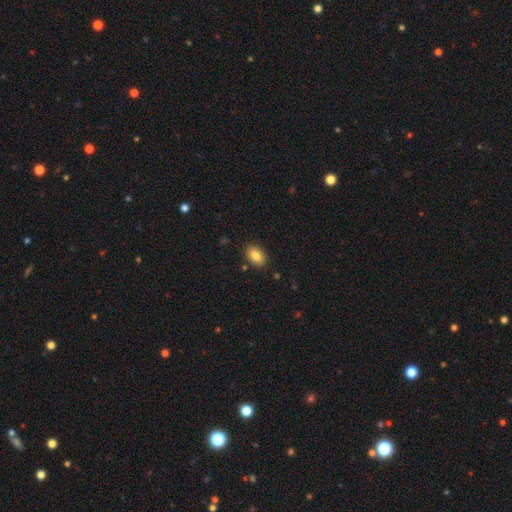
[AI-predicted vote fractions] Smooth or featured? Predicted: smooth (p=0.84). How rounded? Predicted: in between (p=0.88). Merging? Predicted: none (p=0.86).